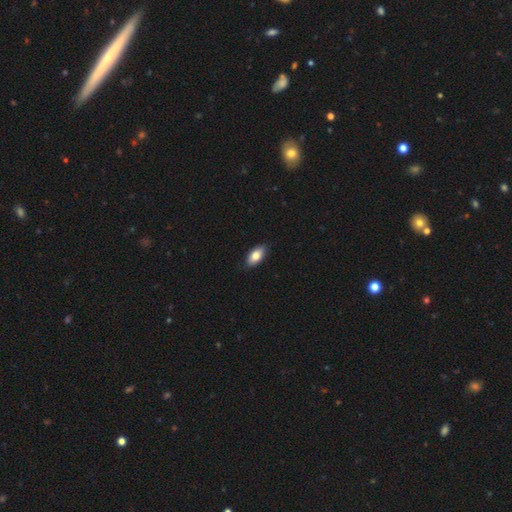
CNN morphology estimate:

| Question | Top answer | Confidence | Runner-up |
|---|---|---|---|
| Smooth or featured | smooth | 81% | featured or disk (13%) |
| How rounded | in between | 91% | cigar-shaped (6%) |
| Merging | none | 88% | minor disturbance (10%) |